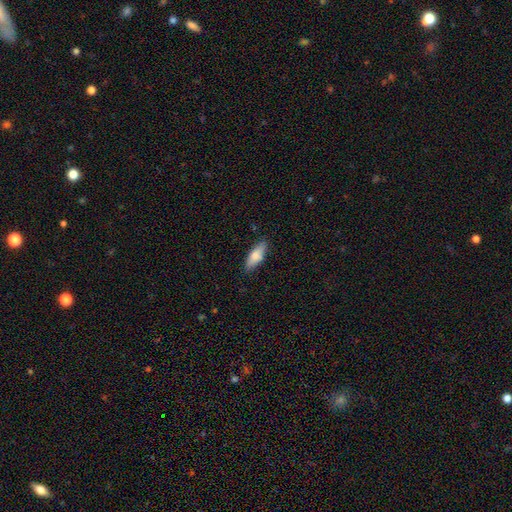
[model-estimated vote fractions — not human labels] Overall: smooth (78%). How rounded: in between (62%; cigar-shaped 36%). Merging: none (83%).